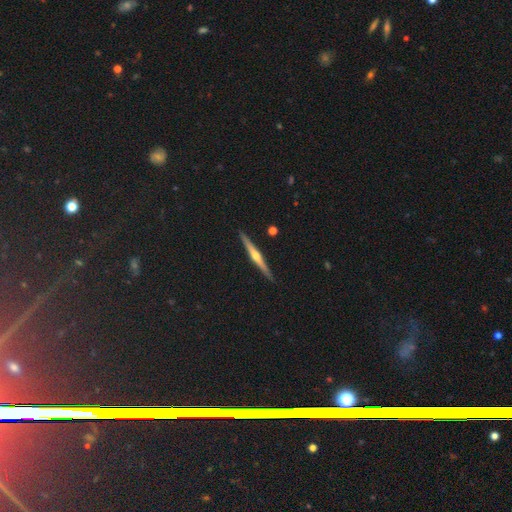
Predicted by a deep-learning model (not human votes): This is likely a featured or disk galaxy (75%). It is clearly viewed edge-on (98%). Edge-on bulge: clearly rounded (89%). Merging: clearly none (91%).